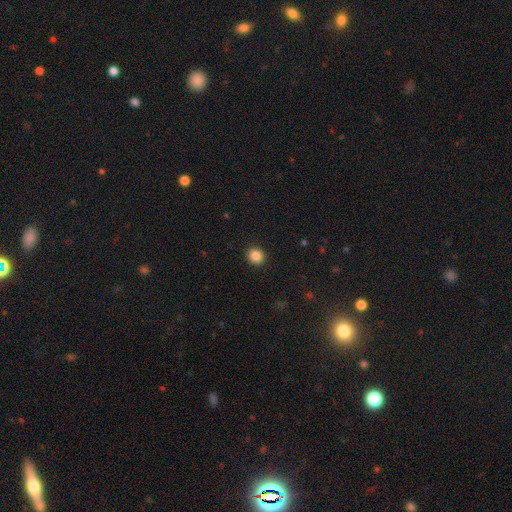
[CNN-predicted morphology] smooth-or-featured: smooth: 86% | star or artifact: 10% | featured or disk: 3%
  how-rounded: round: 84% | in between: 15% | cigar-shaped: 1%
  merging: none: 92% | minor disturbance: 5% | major disturbance: 2% | merger: 1%